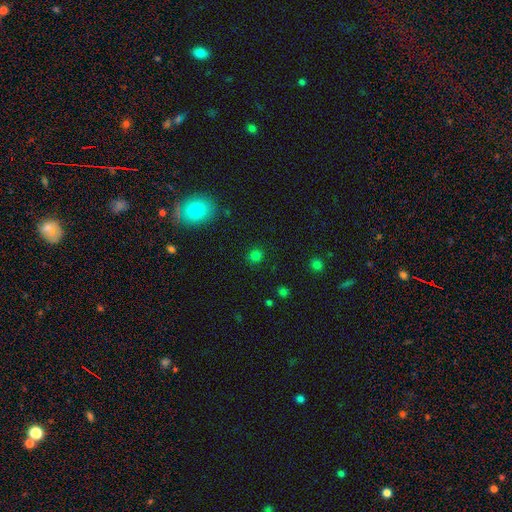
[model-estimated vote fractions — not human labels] Smooth or featured?
  - smooth: 77% *
  - star or artifact: 19%
  - featured or disk: 4%
How rounded?
  - round: 85% *
  - in between: 14%
  - cigar-shaped: 1%
Merging?
  - none: 88% *
  - minor disturbance: 8%
  - major disturbance: 3%
  - merger: 2%